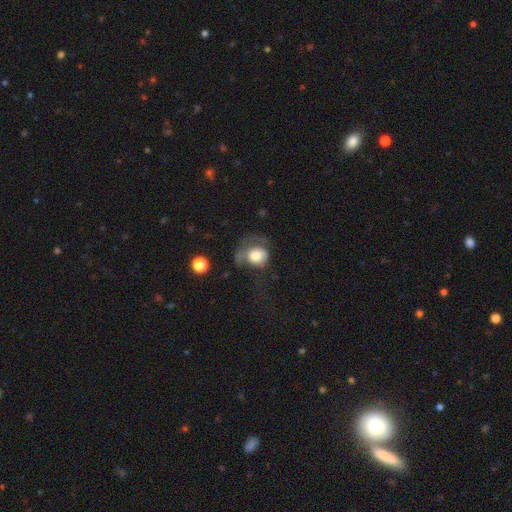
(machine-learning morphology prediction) This is likely a smooth galaxy (69%). How rounded: likely round (65%). Merging: possibly major disturbance (51%).